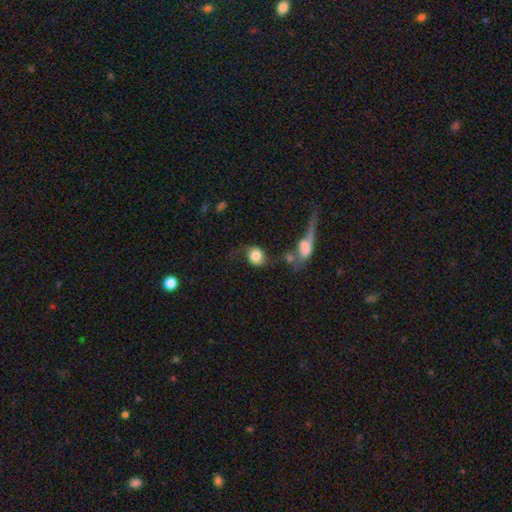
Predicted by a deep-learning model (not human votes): Smooth or featured: smooth — 63% (featured or disk — 28%)
How rounded: round — 70% (in between — 28%)
Merging: none — 34% (merger — 26%)